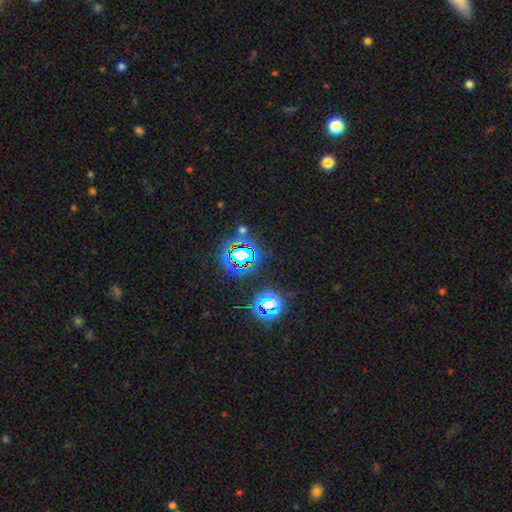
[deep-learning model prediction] Overall: star or artifact (77%).